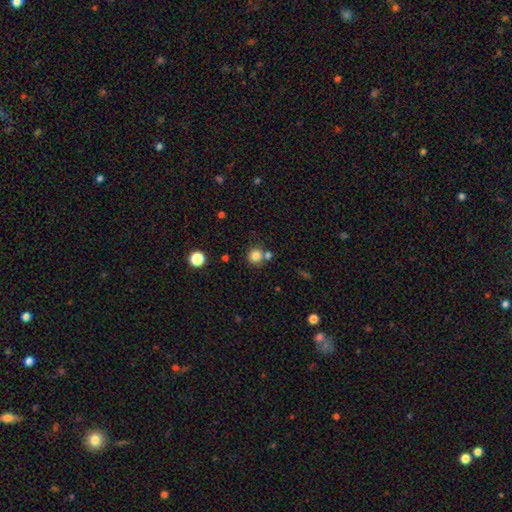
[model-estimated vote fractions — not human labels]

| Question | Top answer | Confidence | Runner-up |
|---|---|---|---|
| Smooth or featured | smooth | 82% | star or artifact (12%) |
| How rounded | round | 91% | in between (8%) |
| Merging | none | 68% | merger (20%) |